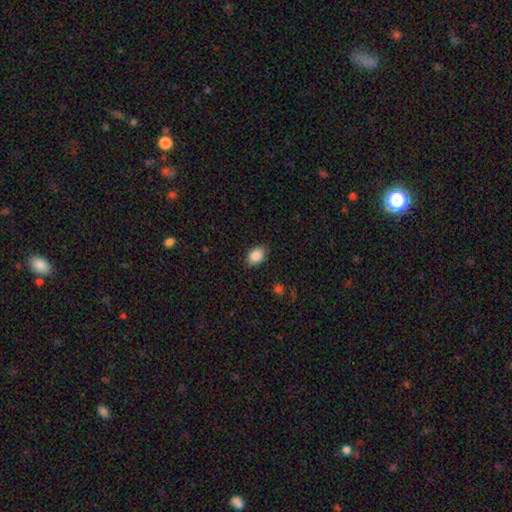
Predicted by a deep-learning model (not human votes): Smooth or featured?
  - smooth: 88% *
  - star or artifact: 8%
  - featured or disk: 4%
How rounded?
  - in between: 86% *
  - round: 12%
  - cigar-shaped: 1%
Merging?
  - none: 84% *
  - minor disturbance: 12%
  - major disturbance: 3%
  - merger: 1%